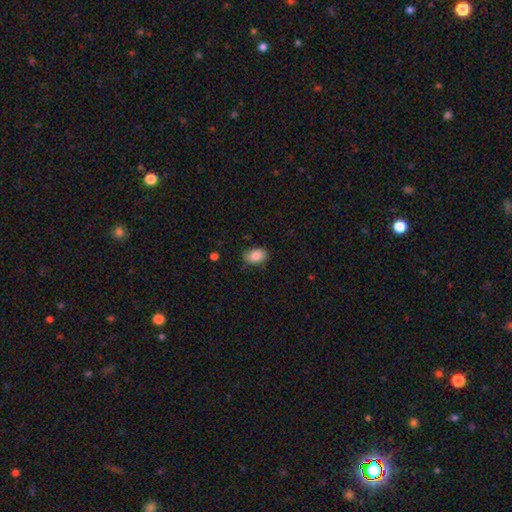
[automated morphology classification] Smooth or featured? smooth (87%)
How rounded? in between (84%)
Merging? none (78%)